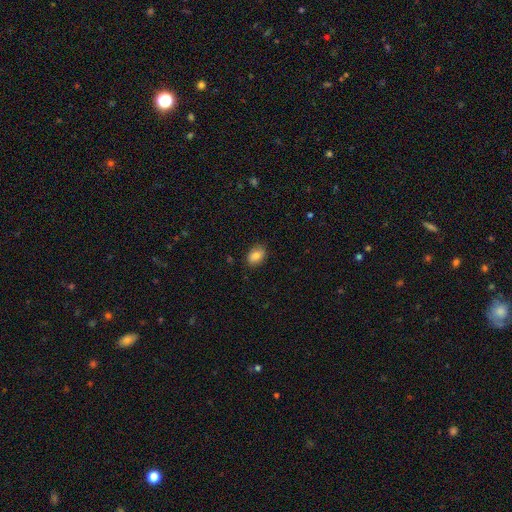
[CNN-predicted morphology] Q: Smooth or featured?
A: smooth (84%); runner-up: star or artifact (8%)
Q: How rounded?
A: in between (78%); runner-up: round (20%)
Q: Merging?
A: none (86%); runner-up: minor disturbance (11%)